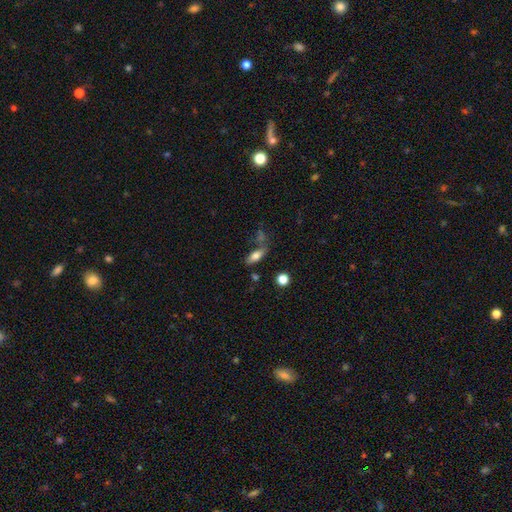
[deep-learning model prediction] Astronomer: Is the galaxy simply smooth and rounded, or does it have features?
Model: smooth — 71%.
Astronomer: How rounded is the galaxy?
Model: in between — 71%.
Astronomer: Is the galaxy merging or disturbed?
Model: none — 65%.